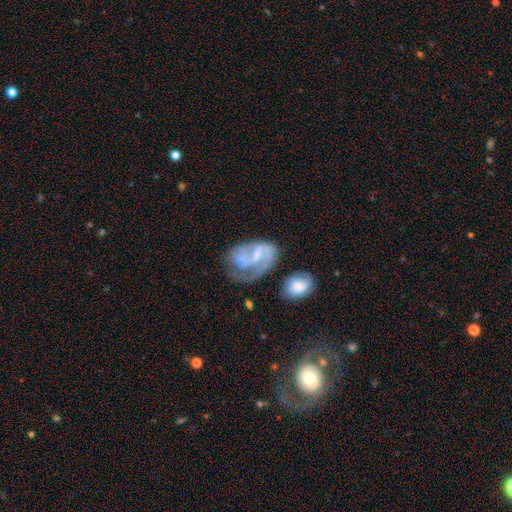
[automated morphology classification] A featured or disk galaxy (71%) with no bar (44%), 2 (50%) medium (42%) spiral arms (82%) and a small central bulge (50%). Merging: none (37%).